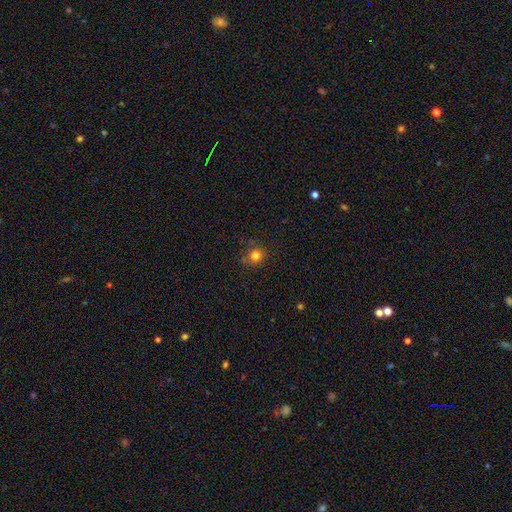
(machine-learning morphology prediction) Q: Smooth or featured?
A: smooth (78%); runner-up: star or artifact (16%)
Q: How rounded?
A: round (91%); runner-up: in between (8%)
Q: Merging?
A: none (82%); runner-up: minor disturbance (11%)